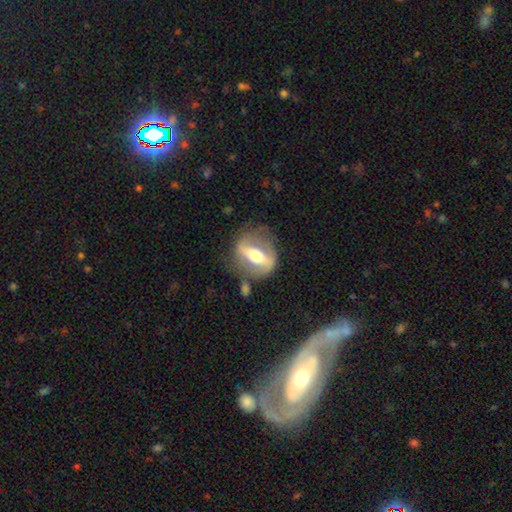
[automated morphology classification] type=featured or disk (73%); edge-on=no (82%); bar=strong (67%); spiral arms=no (54%); bulge=moderate (64%); merging=none (65%).